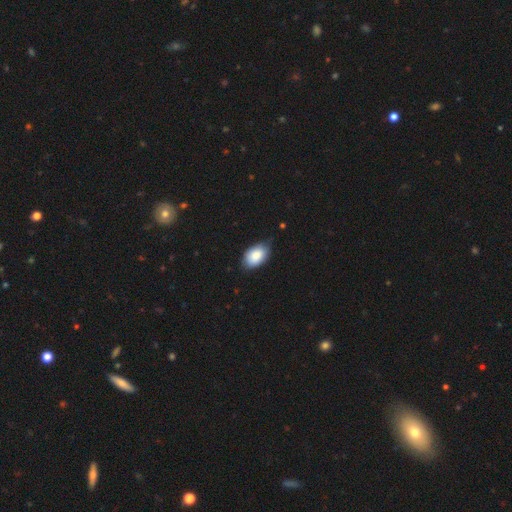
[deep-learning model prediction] Morphology: type=smooth (86%); roundness=in between (91%); merging=none (70%).